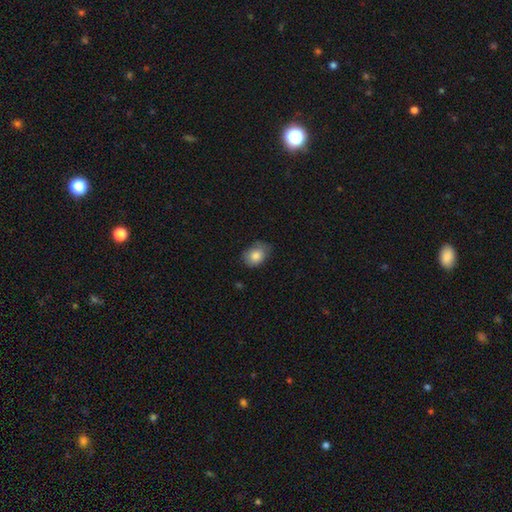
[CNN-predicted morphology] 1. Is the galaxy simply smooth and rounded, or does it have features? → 83% smooth, 9% featured or disk, 8% star or artifact.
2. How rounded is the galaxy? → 69% in between, 30% round, 1% cigar-shaped.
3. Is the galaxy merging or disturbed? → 67% none, 27% minor disturbance, 5% major disturbance, 1% merger.